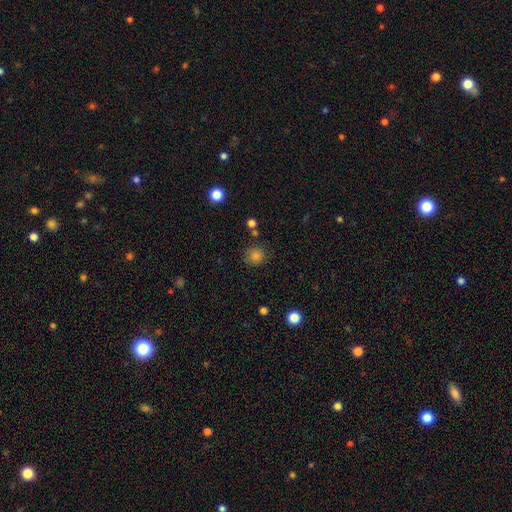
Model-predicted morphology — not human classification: This appears to be a smooth galaxy with no disk features (81%) that is round (92%). Merging: none (84%).